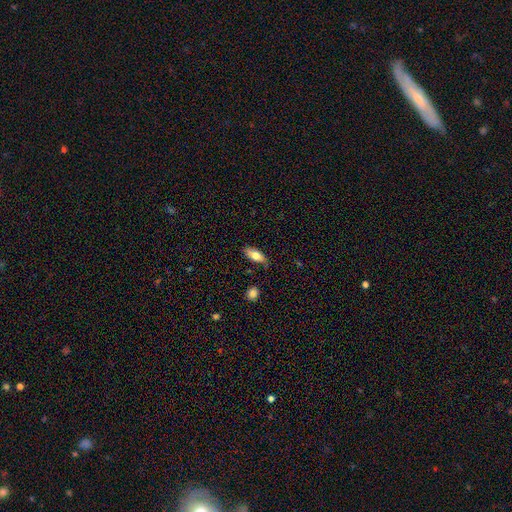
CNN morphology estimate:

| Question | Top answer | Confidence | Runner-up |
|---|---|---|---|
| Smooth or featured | smooth | 73% | featured or disk (20%) |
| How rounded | in between | 82% | cigar-shaped (15%) |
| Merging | none | 71% | minor disturbance (22%) |